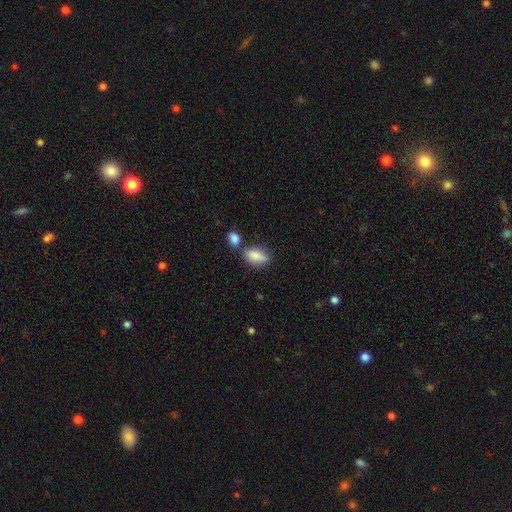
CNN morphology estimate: smooth 80%, featured or disk 12%, star or artifact 8%. Down the decision tree: how rounded — in between (79%); merging — none (53%).